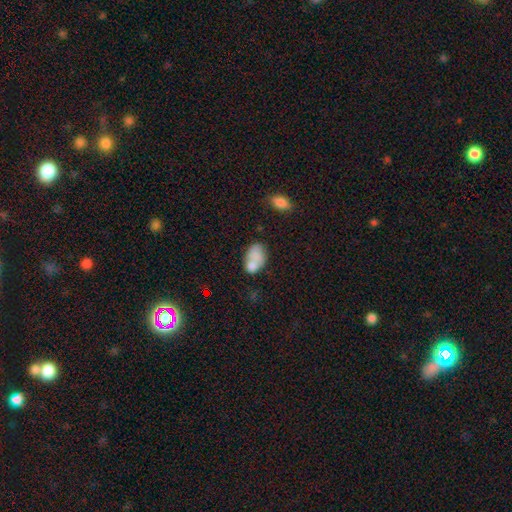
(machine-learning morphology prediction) smooth_or_featured: smooth (p=0.75) [alt: featured or disk p=0.16]
how_rounded: in between (p=0.83) [alt: round p=0.15]
merging: none (p=0.37) [alt: merger p=0.34]